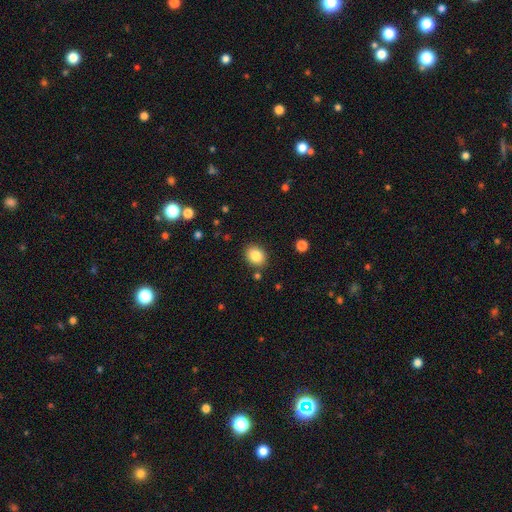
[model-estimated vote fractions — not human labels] smooth_or_featured: smooth (p=0.85) [alt: star or artifact p=0.09]
how_rounded: in between (p=0.51) [alt: round p=0.48]
merging: none (p=0.86) [alt: minor disturbance p=0.09]